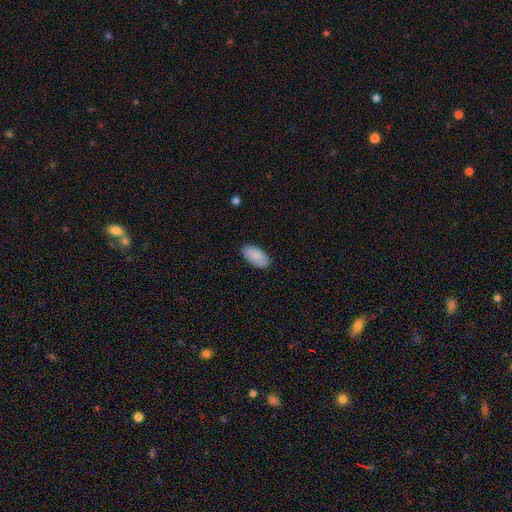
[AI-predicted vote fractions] Smooth or featured: smooth — 87% (featured or disk — 7%)
How rounded: in between — 95% (cigar-shaped — 2%)
Merging: none — 87% (minor disturbance — 10%)